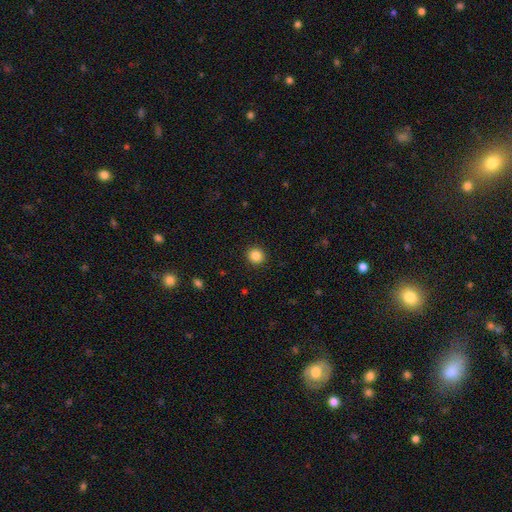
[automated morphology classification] Smooth or featured? Predicted: smooth (p=0.86). How rounded? Predicted: round (p=0.92). Merging? Predicted: none (p=0.92).